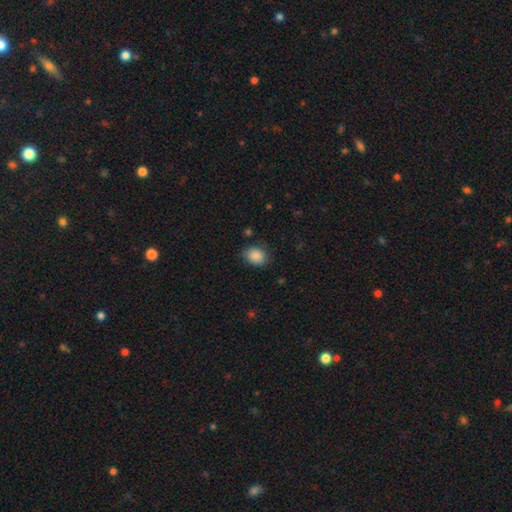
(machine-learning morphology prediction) This appears to be a smooth galaxy with no disk features (88%) that is in between round and cigar-shaped (58%). Merging: none (80%).